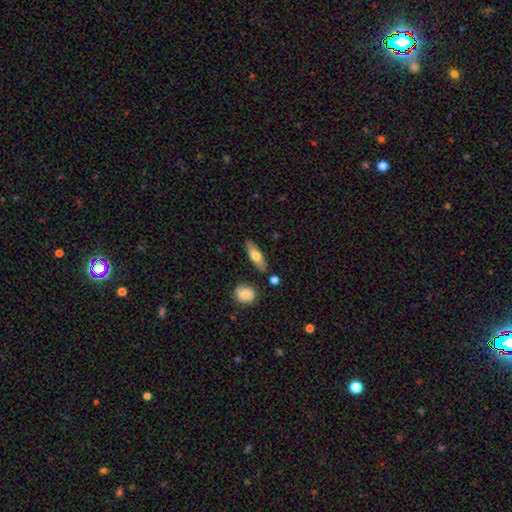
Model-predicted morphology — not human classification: This appears to be a smooth galaxy with no disk features (67%) that is in between round and cigar-shaped (59%). Merging: none (82%).